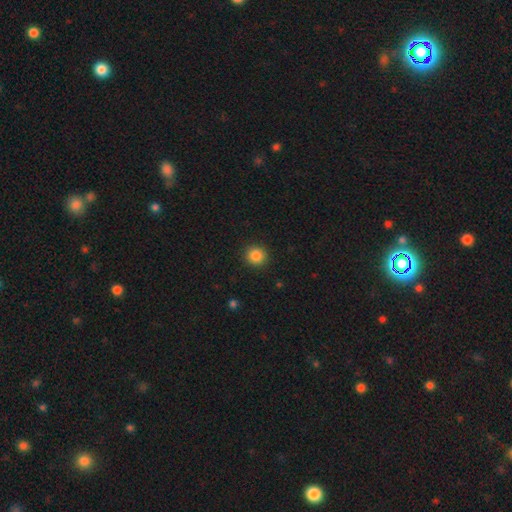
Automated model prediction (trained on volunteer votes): The model was most divided on "smooth or featured": smooth: 86%, star or artifact: 10%, featured or disk: 4%. More confident: how rounded — round (92%); merging — none (92%).